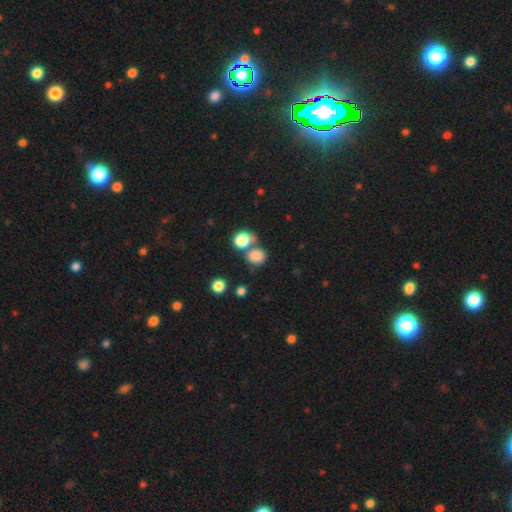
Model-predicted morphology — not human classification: This appears to be a smooth galaxy with no disk features (81%) that is round (72%). Merging: none (52%).